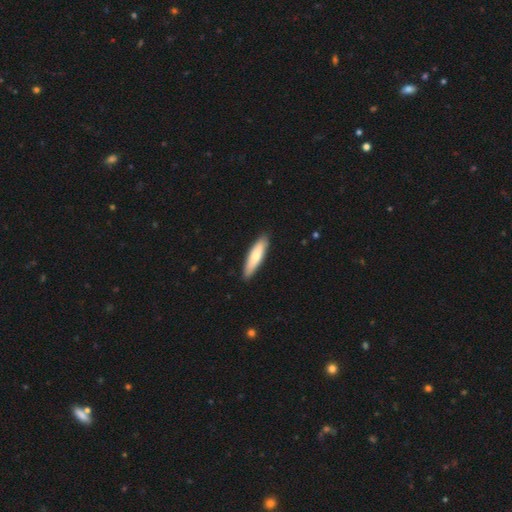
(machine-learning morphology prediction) This appears to be a smooth galaxy with no disk features (73%) that is cigar-shaped (72%). Merging: none (89%).